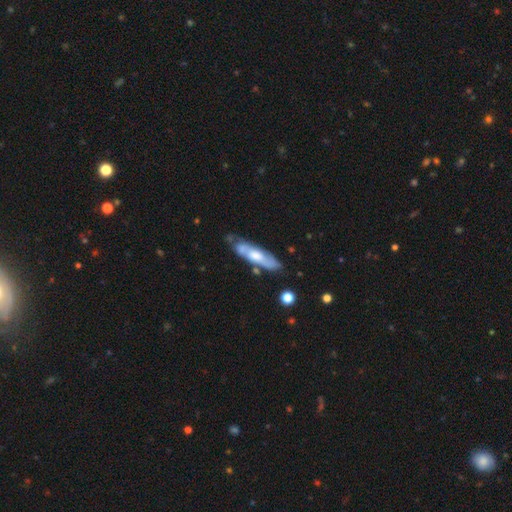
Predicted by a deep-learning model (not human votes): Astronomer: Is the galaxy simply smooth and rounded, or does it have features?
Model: featured or disk — 57% (runner-up: smooth, 37%).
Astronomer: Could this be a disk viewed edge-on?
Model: no — 64%.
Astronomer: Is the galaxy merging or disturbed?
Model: none — 61%.